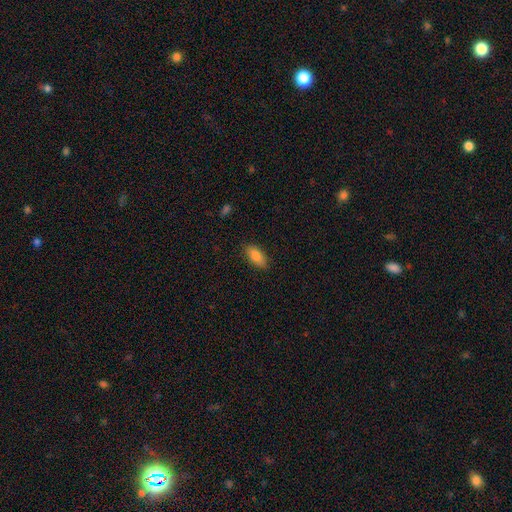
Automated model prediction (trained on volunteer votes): Smooth or featured: smooth — 82% (featured or disk — 11%)
How rounded: in between — 86% (cigar-shaped — 11%)
Merging: none — 85% (minor disturbance — 12%)